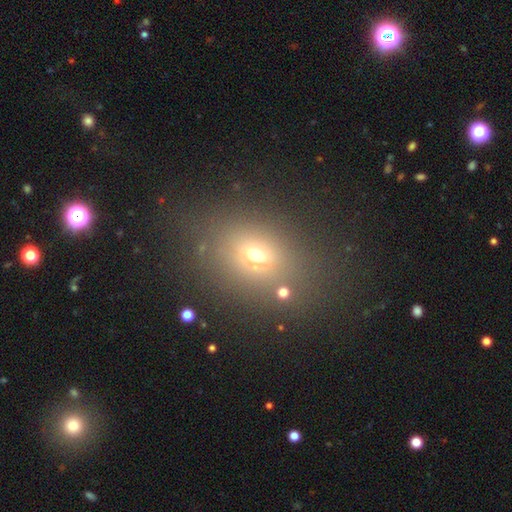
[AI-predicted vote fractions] smooth_or_featured: smooth (p=0.61) [alt: star or artifact p=0.22]
how_rounded: in between (p=0.59) [alt: round p=0.38]
merging: none (p=0.74) [alt: minor disturbance p=0.14]